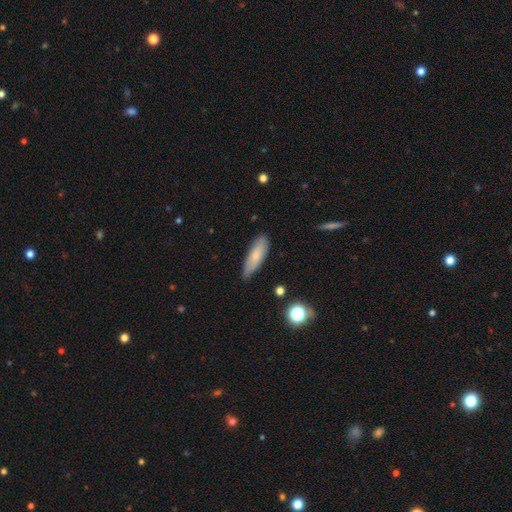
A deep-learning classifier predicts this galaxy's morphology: smooth_or_featured: smooth (p=0.74) [alt: featured or disk p=0.19]
how_rounded: in between (p=0.51) [alt: cigar-shaped p=0.47]
merging: none (p=0.74) [alt: minor disturbance p=0.21]